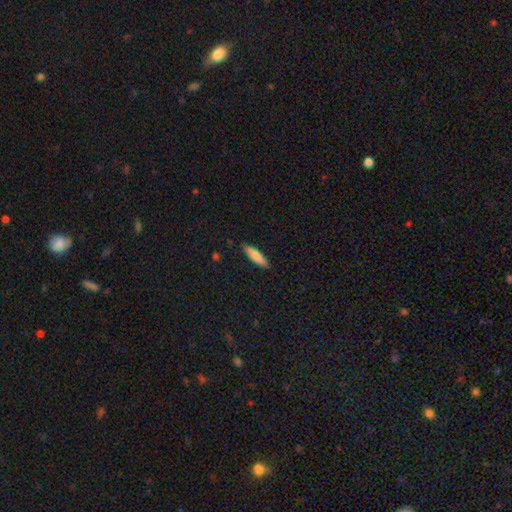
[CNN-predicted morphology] Q: Smooth or featured?
A: smooth (80%); runner-up: featured or disk (14%)
Q: How rounded?
A: cigar-shaped (69%); runner-up: in between (29%)
Q: Merging?
A: none (88%); runner-up: minor disturbance (9%)